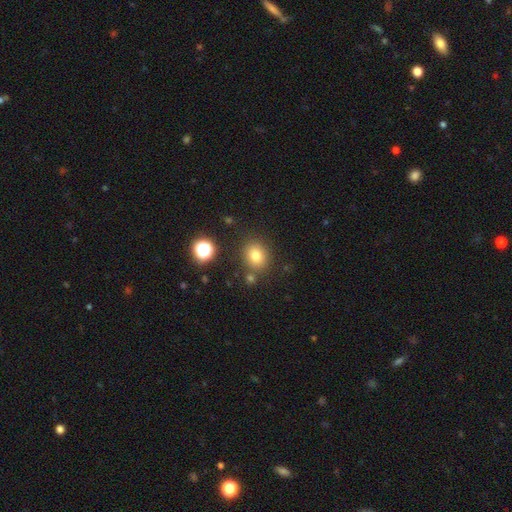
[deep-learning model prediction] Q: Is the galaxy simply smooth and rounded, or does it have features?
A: smooth — 78%.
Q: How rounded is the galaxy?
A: round — 67%.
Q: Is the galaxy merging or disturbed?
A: none — 79%.